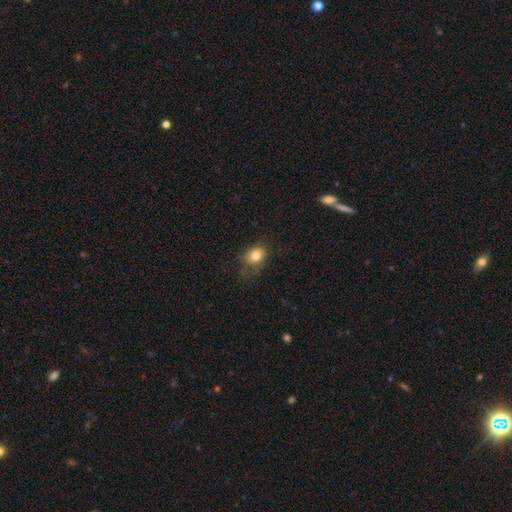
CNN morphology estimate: Smooth or featured: smooth — 79% (star or artifact — 11%)
How rounded: in between — 61% (round — 38%)
Merging: none — 58% (minor disturbance — 27%)